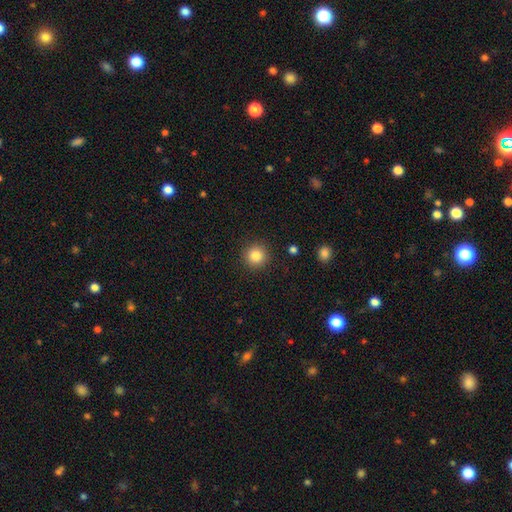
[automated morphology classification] Smooth or featured? smooth (84%)
How rounded? round (95%)
Merging? none (91%)